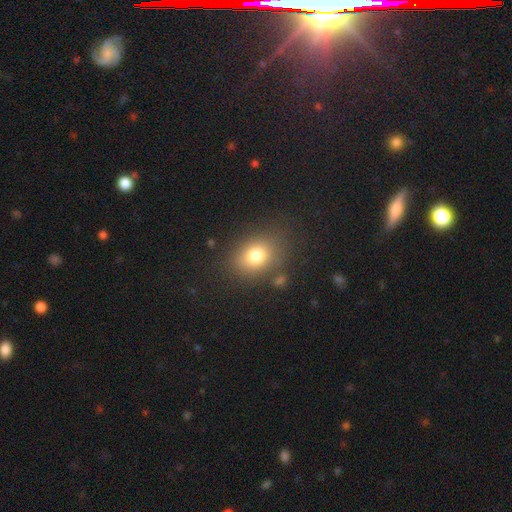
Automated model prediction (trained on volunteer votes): Smooth or featured? Predicted: smooth (p=0.77). How rounded? Predicted: in between (p=0.55). Merging? Predicted: none (p=0.78).